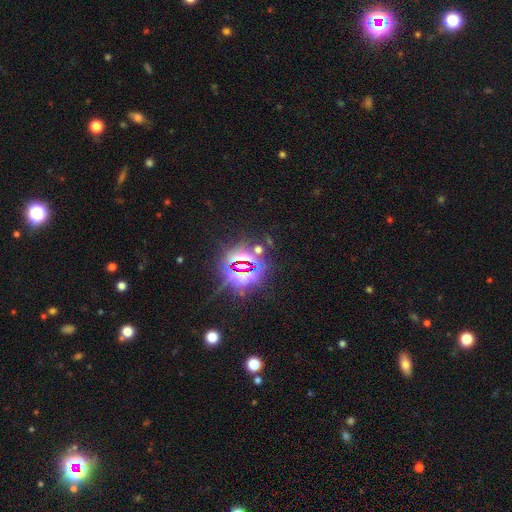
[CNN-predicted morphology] This is clearly a star or artifact rather than a galaxy (83%).